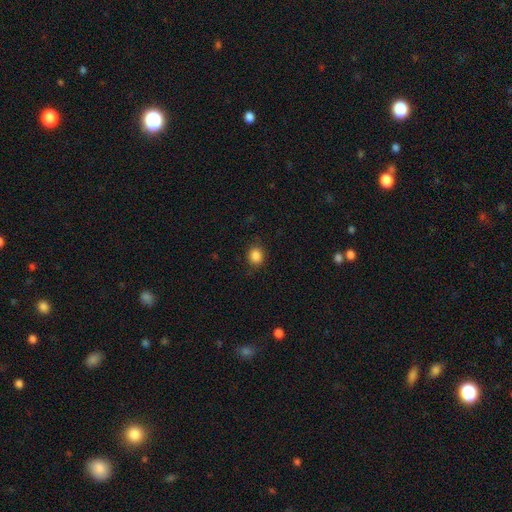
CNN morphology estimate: A smooth galaxy with no disk features (86%) that is round (70%). Merging: none (85%).